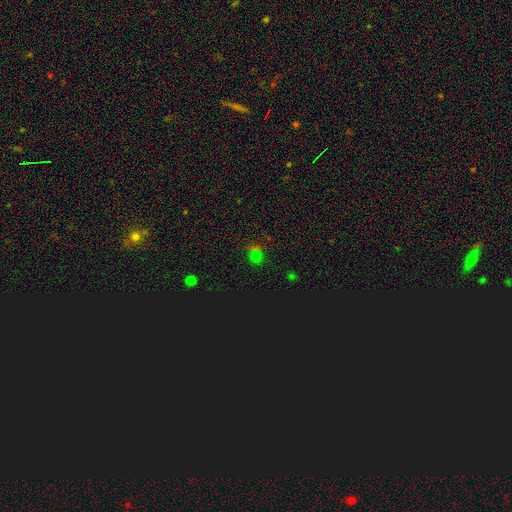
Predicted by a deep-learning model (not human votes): smooth-or-featured: star or artifact: 52% | smooth: 41% | featured or disk: 7%